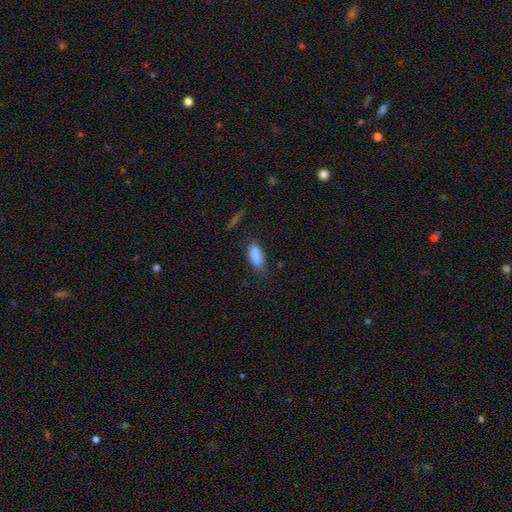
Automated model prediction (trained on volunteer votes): A smooth galaxy with no disk features (83%) that is in between round and cigar-shaped (81%).

Vote fractions:
- Smooth or featured? smooth: 83% / star or artifact: 9% / featured or disk: 8%
- How rounded? in between: 81% / cigar-shaped: 16% / round: 3%
- Merging? none: 60% / minor disturbance: 27% / major disturbance: 8% / merger: 5%